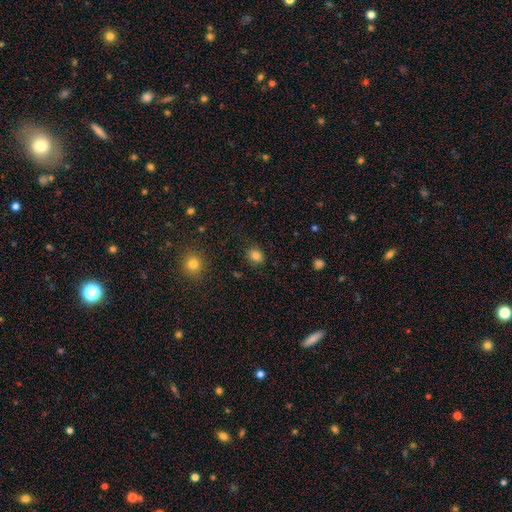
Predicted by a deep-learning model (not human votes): This appears to be a smooth galaxy with no disk features (83%) that is round (65%). Merging: none (86%).